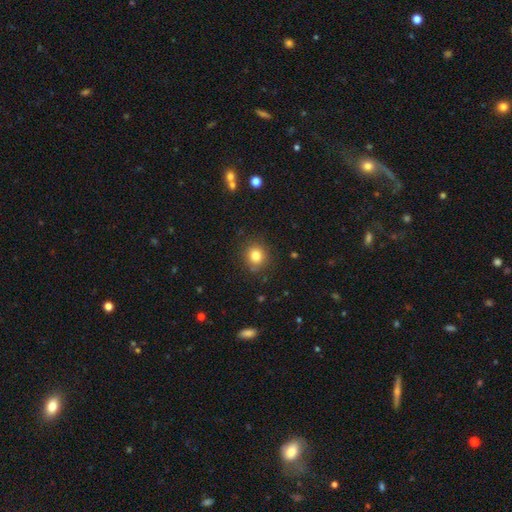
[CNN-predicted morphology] This is clearly a smooth galaxy (81%). How rounded: clearly round (86%). Merging: clearly none (86%).